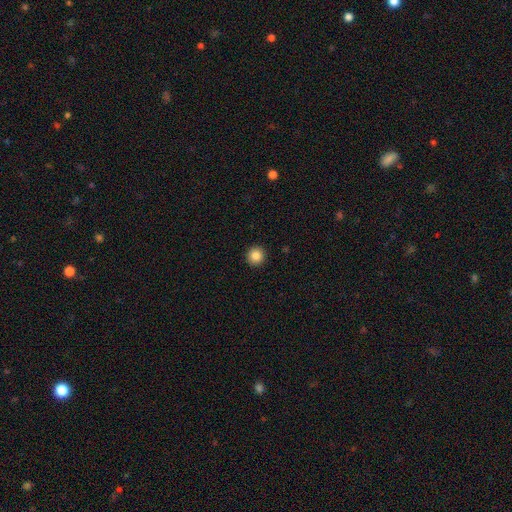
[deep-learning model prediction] Smooth or featured? Predicted: smooth (p=0.85). How rounded? Predicted: round (p=0.95). Merging? Predicted: none (p=0.93).